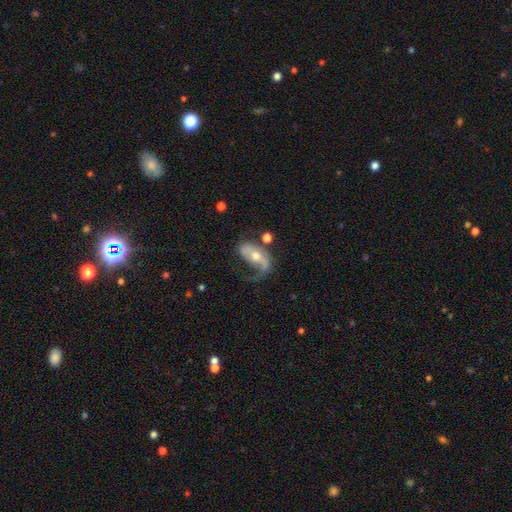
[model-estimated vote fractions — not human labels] A featured or disk galaxy (73%) with no bar (52%), 1 (48%) loose (51%) spiral arms (83%) and a moderate central bulge (60%).

Vote fractions:
- Smooth or featured? featured or disk: 73% / smooth: 20% / star or artifact: 7%
- Edge-on disk? no: 93% / yes: 7%
- Bar? no: 52% / weak: 28% / strong: 20%
- Spiral arms? yes: 83% / no: 17%
- Spiral winding? loose: 51% / medium: 32% / tight: 17%
- Spiral arm count? 1: 48% / 2: 42% / can't tell: 7% / 3: 1% / 4: 1% / more than 4: 1%
- Bulge size? moderate: 60% / small: 34% / large: 3% / none: 1% / dominant: 1%
- Merging? none: 36% / major disturbance: 35% / minor disturbance: 22% / merger: 7%